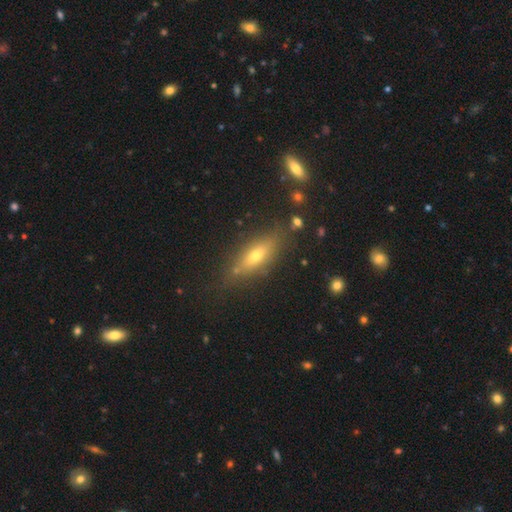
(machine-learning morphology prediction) smooth 53%, featured or disk 36%, star or artifact 11%. Down the decision tree: how rounded — in between (49%); merging — none (78%).